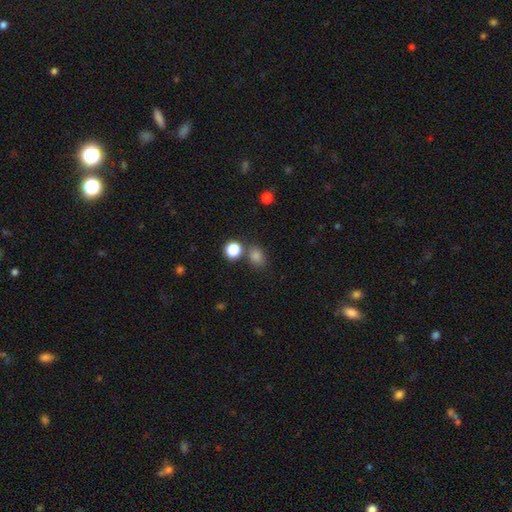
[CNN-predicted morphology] Q: Smooth or featured?
A: smooth (77%); runner-up: star or artifact (17%)
Q: How rounded?
A: round (51%); runner-up: in between (48%)
Q: Merging?
A: none (72%); runner-up: merger (12%)